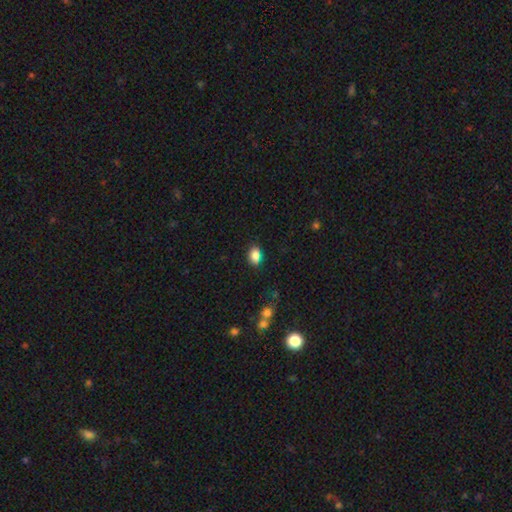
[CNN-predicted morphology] A smooth galaxy with no disk features (82%) that is in between round and cigar-shaped (74%). Merging: none (76%).